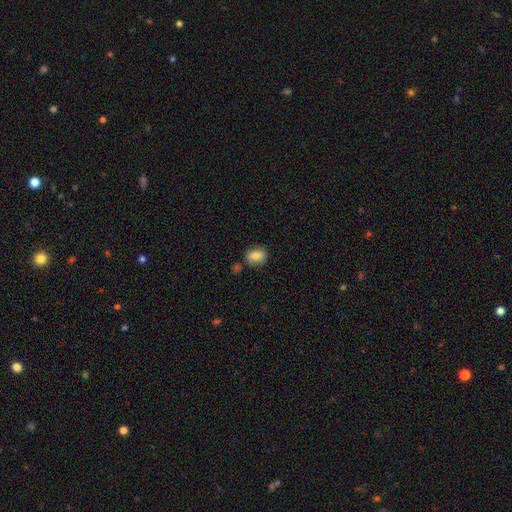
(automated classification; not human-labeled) Smooth or featured: smooth — 81% (featured or disk — 10%)
How rounded: in between — 60% (round — 39%)
Merging: none — 72% (minor disturbance — 17%)